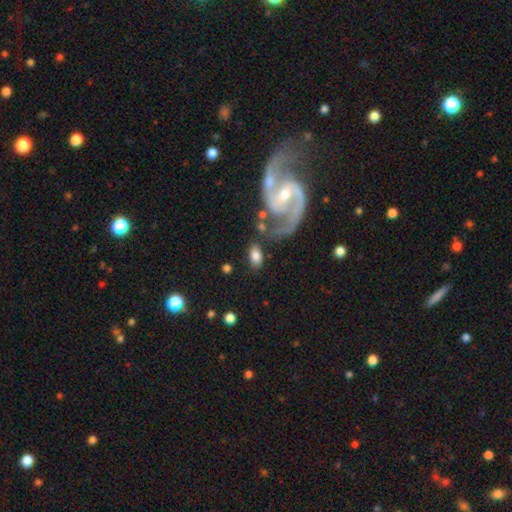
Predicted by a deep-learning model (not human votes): Morphology: type=smooth (70%); roundness=in between (90%); merging=none (68%).